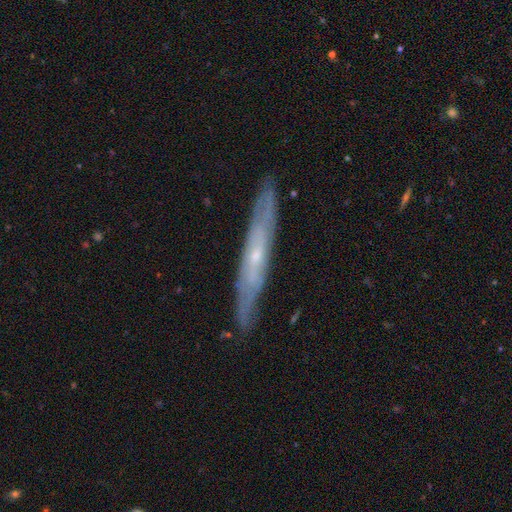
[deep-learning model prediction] A featured or disk galaxy (71%) viewed edge-on (72%) with a rounded central bulge (49%). Merging: none (86%).